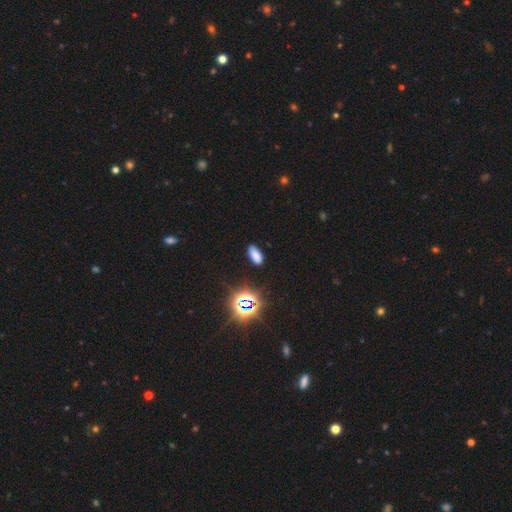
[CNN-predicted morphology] smooth_or_featured: smooth (p=0.71) [alt: star or artifact p=0.23]
how_rounded: in between (p=0.87) [alt: cigar-shaped p=0.09]
merging: none (p=0.85) [alt: minor disturbance p=0.11]